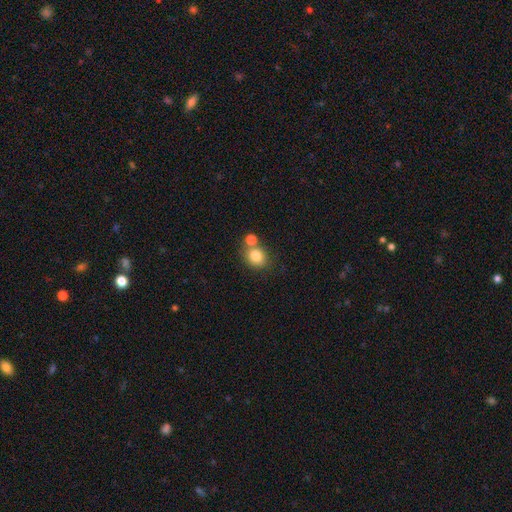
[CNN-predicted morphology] smooth-or-featured: smooth: 81% | star or artifact: 11% | featured or disk: 8%
  how-rounded: round: 71% | in between: 28% | cigar-shaped: 1%
  merging: none: 59% | merger: 27% | minor disturbance: 11% | major disturbance: 4%